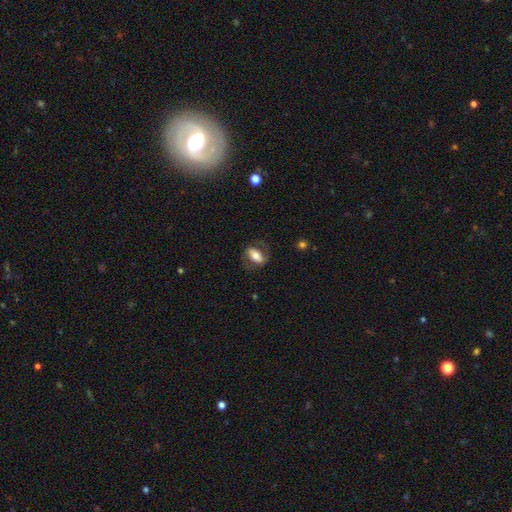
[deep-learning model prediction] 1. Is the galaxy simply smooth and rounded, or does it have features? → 51% smooth, 42% featured or disk, 7% star or artifact.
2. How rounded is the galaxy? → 83% in between, 8% cigar-shaped, 8% round.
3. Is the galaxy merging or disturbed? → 68% none, 18% minor disturbance, 13% major disturbance, 1% merger.